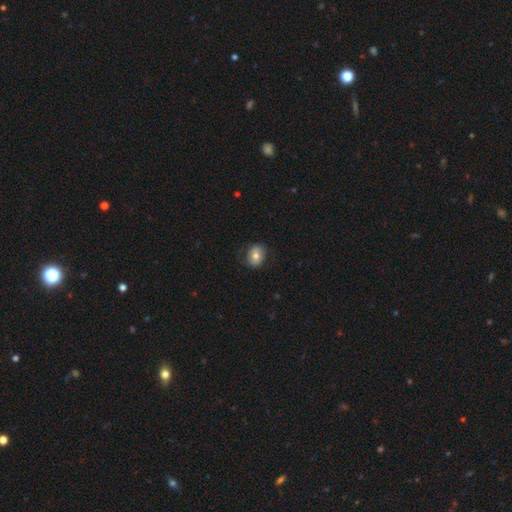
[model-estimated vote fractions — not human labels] Q: Smooth or featured?
A: smooth (72%); runner-up: featured or disk (20%)
Q: How rounded?
A: round (51%); runner-up: in between (48%)
Q: Merging?
A: none (79%); runner-up: minor disturbance (16%)